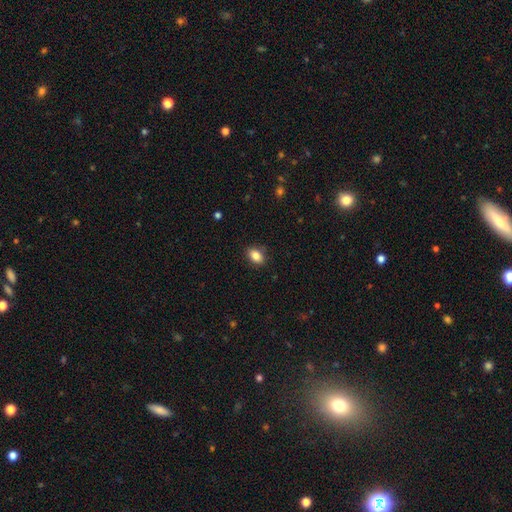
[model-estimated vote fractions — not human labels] smooth-or-featured: smooth: 85% | star or artifact: 9% | featured or disk: 6%
  how-rounded: in between: 81% | round: 18% | cigar-shaped: 1%
  merging: none: 87% | minor disturbance: 10% | major disturbance: 2% | merger: 1%